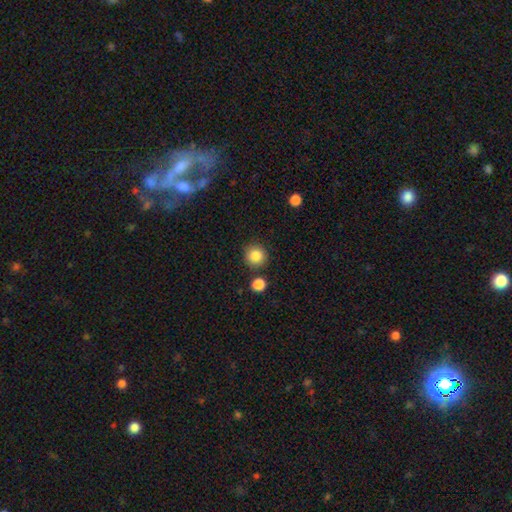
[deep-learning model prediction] smooth_or_featured: smooth (p=0.84) [alt: star or artifact p=0.10]
how_rounded: round (p=0.93) [alt: in between p=0.06]
merging: none (p=0.86) [alt: minor disturbance p=0.07]